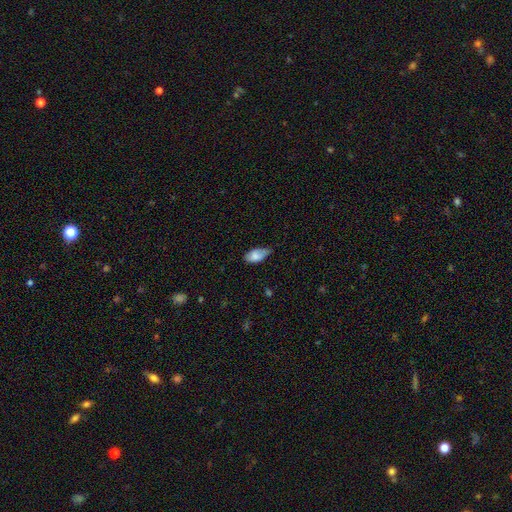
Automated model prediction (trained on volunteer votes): smooth 78%, featured or disk 15%, star or artifact 7%. Down the decision tree: how rounded — in between (92%); merging — minor disturbance (45%).